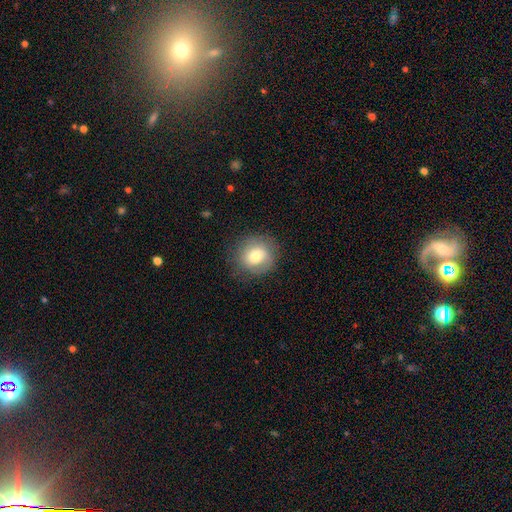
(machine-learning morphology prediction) A smooth galaxy with no disk features (69%) that is round (83%). Merging: none (82%).